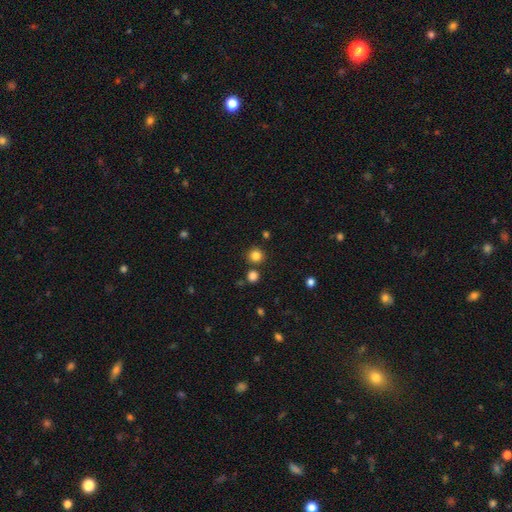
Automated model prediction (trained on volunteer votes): This is clearly a smooth galaxy (83%). How rounded: clearly round (94%). Merging: clearly none (84%).